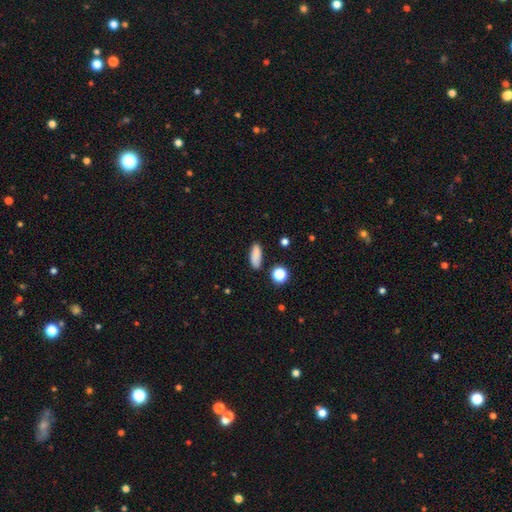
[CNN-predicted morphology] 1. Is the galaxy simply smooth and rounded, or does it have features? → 85% smooth, 10% star or artifact, 6% featured or disk.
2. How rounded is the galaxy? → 70% in between, 26% cigar-shaped, 5% round.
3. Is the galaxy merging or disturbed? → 83% none, 12% minor disturbance, 3% major disturbance, 3% merger.